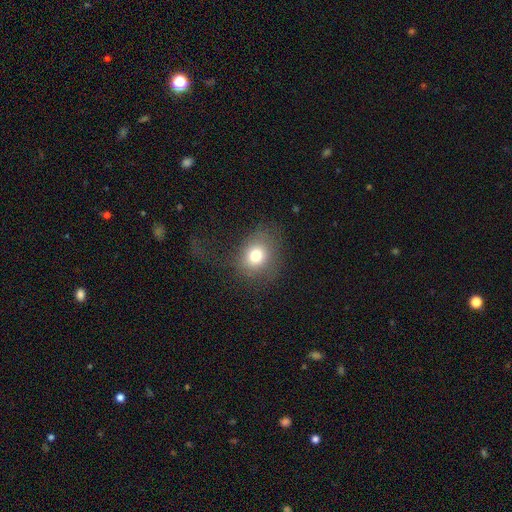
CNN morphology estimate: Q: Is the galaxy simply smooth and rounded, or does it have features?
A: smooth — 75%.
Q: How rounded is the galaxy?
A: round — 64%.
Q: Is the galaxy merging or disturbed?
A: none — 62%.